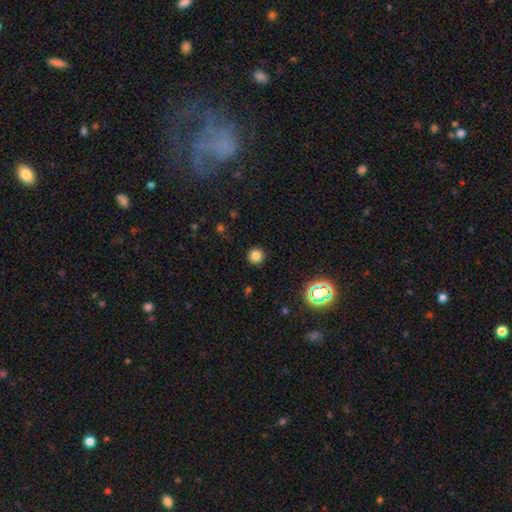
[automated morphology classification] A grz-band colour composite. It shows a smooth galaxy with no disk features (81%) that is round (95%). Merging: none (92%).